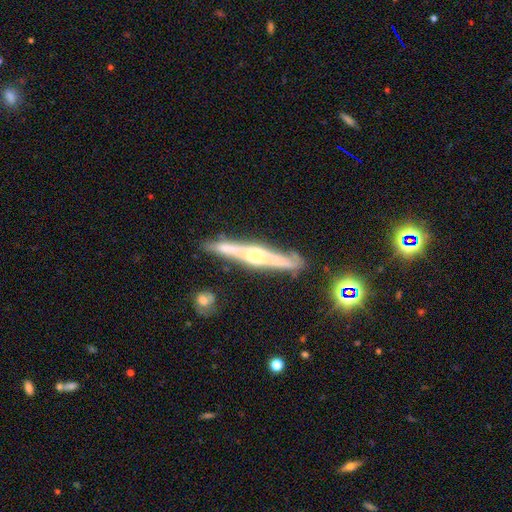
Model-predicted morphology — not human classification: smooth_or_featured: featured or disk (p=0.76) [alt: smooth p=0.17]
disk_edge_on: yes (p=0.94) [alt: no p=0.06]
edge_on_bulge: rounded (p=0.47) [alt: boxy p=0.36]
merging: none (p=0.78) [alt: minor disturbance p=0.15]